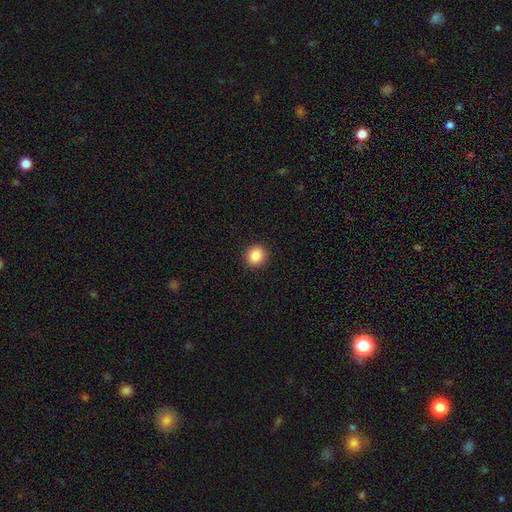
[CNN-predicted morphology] Smooth or featured: smooth — 87% (star or artifact — 9%)
How rounded: round — 90% (in between — 9%)
Merging: none — 93% (minor disturbance — 5%)